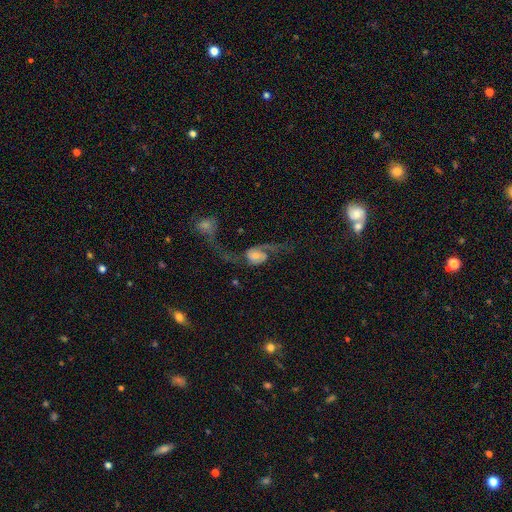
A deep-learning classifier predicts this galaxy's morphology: This is likely a featured or disk galaxy (74%). It is clearly not viewed edge-on (96%). Bar: likely no (65%). Spiral arm pattern: clearly yes (89%). Spiral arm count: likely 2 (79%). Spiral winding: likely loose (71%). Central bulge: possibly moderate (46%). Merging: marginally major disturbance (36%).